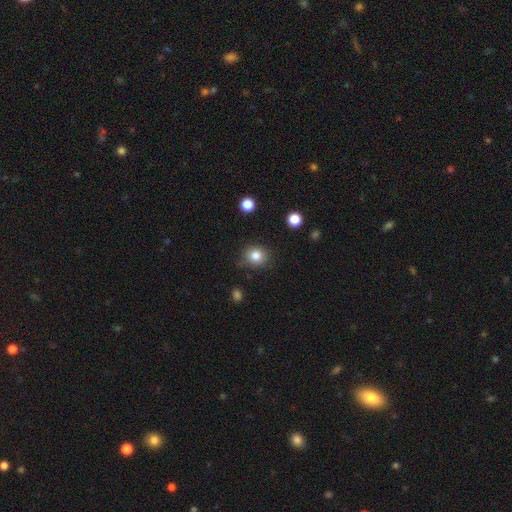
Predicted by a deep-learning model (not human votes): A smooth galaxy with no disk features (83%) that is round (82%). Merging: none (80%).